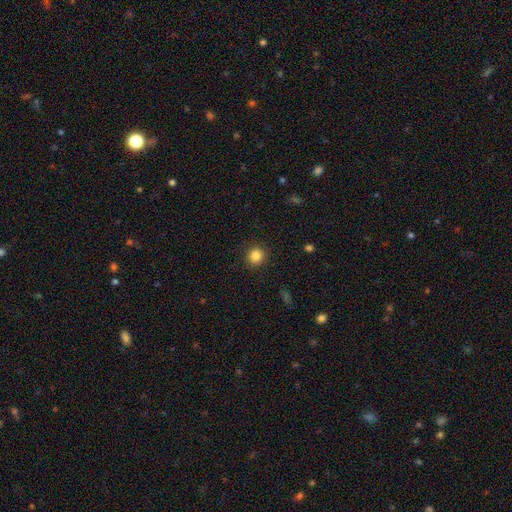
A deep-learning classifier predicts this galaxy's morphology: This appears to be a smooth galaxy with no disk features (85%) that is round (91%). Merging: none (91%).